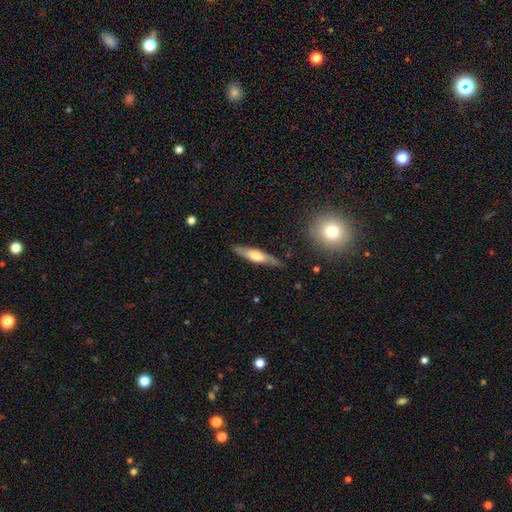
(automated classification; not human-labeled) Smooth or featured? Predicted: featured or disk (p=0.52). Edge-on disk? Predicted: yes (p=0.89). Merging? Predicted: none (p=0.84).